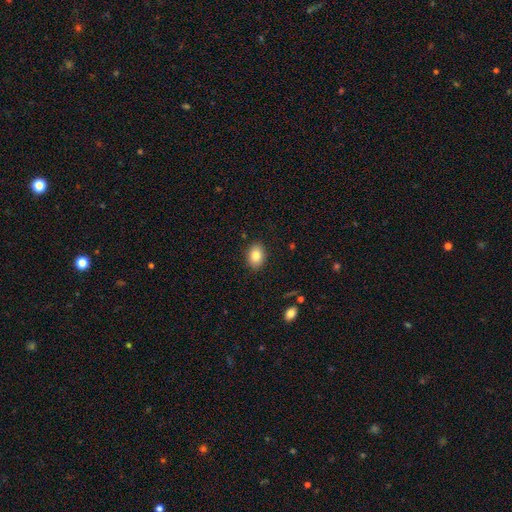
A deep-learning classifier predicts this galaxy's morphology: Smooth or featured? Predicted: smooth (p=0.83). How rounded? Predicted: in between (p=0.75). Merging? Predicted: none (p=0.88).